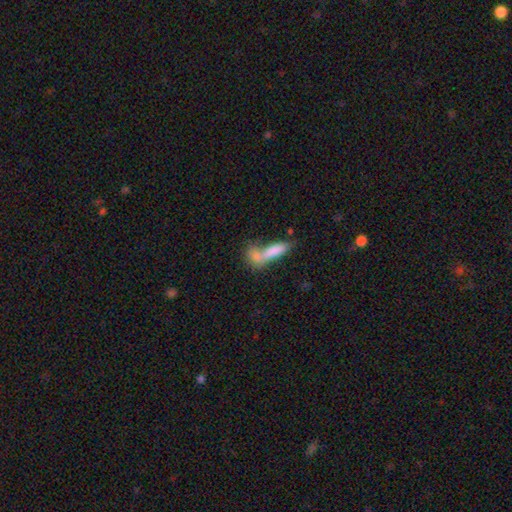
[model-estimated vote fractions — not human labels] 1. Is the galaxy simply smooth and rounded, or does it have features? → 75% smooth, 16% featured or disk, 9% star or artifact.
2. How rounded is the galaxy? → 49% cigar-shaped, 45% in between, 5% round.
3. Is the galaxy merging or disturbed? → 56% merger, 28% none, 9% minor disturbance, 7% major disturbance.